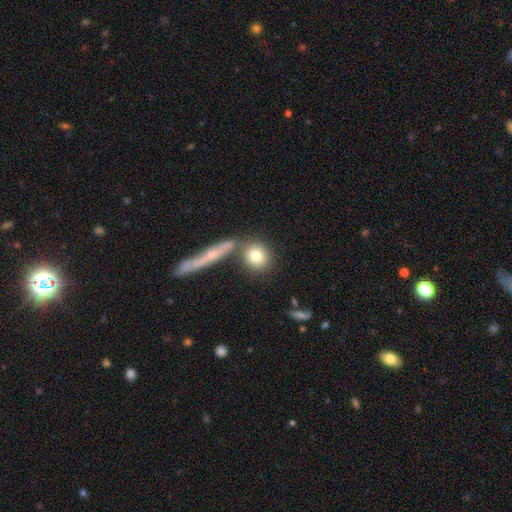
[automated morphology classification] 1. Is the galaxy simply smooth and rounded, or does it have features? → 78% smooth, 13% featured or disk, 8% star or artifact.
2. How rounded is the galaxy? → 81% round, 16% in between, 4% cigar-shaped.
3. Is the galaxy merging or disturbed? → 69% none, 17% merger, 10% minor disturbance, 3% major disturbance.